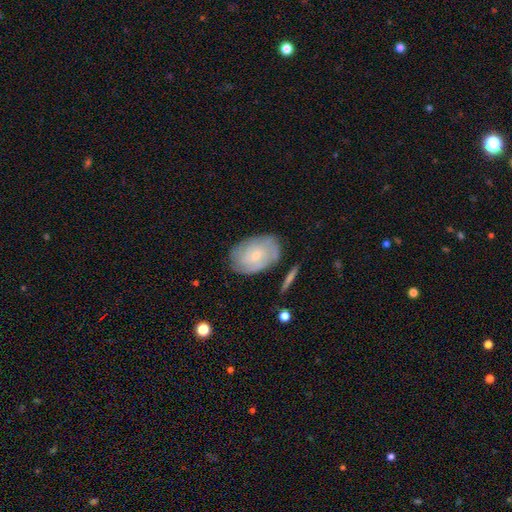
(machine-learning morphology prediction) Overall: featured or disk (67%; smooth 27%). Edge-on disk: no (95%). Bar: no (73%). Spiral arms: yes (86%). Spiral arm count: can't tell (48%; 2 18%). Spiral winding: tight (69%). Bulge size: small (74%). Merging: none (75%).